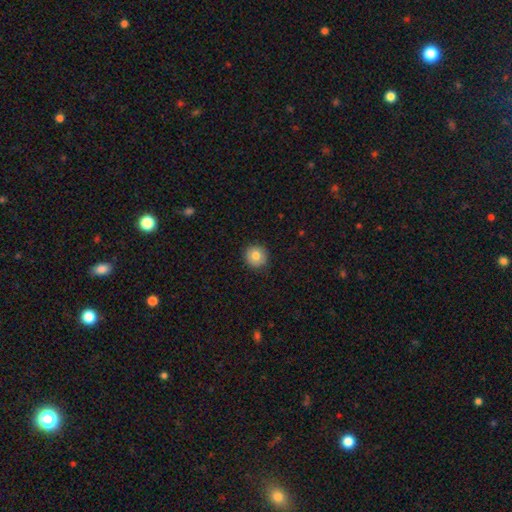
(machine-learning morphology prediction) This is likely a smooth galaxy (79%). How rounded: clearly round (92%). Merging: clearly none (90%).